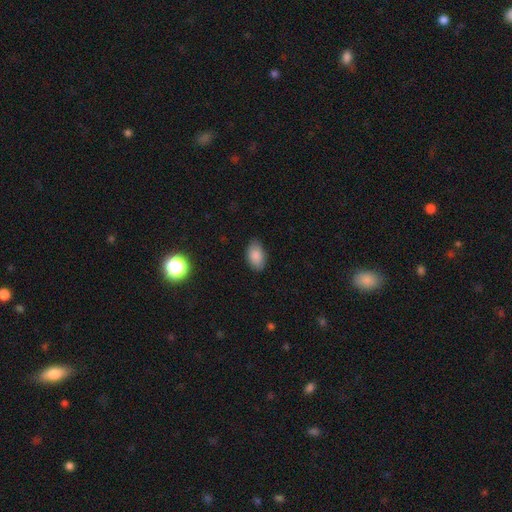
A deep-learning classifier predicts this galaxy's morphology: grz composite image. It shows a smooth galaxy with no disk features (87%) that is in between round and cigar-shaped (92%). Merging: none (82%).